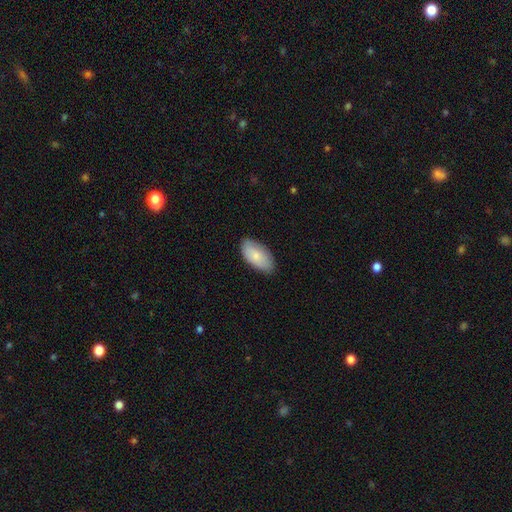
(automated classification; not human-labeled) Smooth or featured? smooth (80%)
How rounded? in between (95%)
Merging? none (82%)